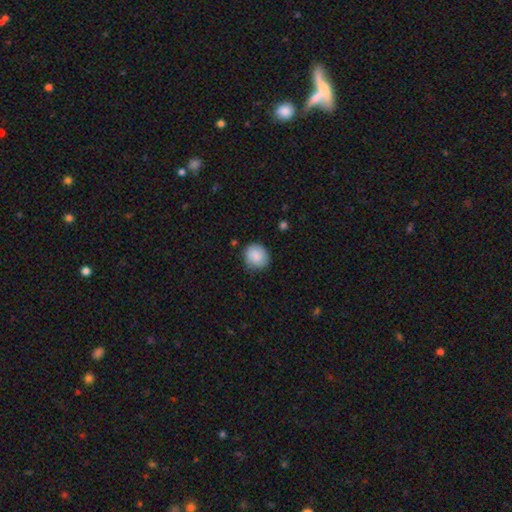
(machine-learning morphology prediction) Smooth or featured? Predicted: smooth (p=0.87). How rounded? Predicted: round (p=0.79). Merging? Predicted: none (p=0.79).